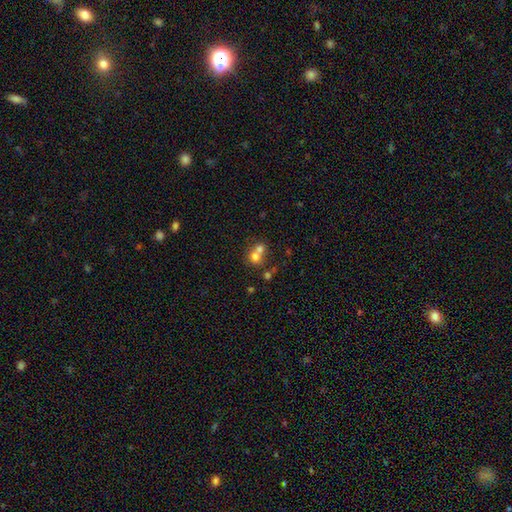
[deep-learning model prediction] Smooth or featured: smooth — 68% (featured or disk — 19%)
How rounded: round — 74% (in between — 25%)
Merging: merger — 63% (none — 29%)